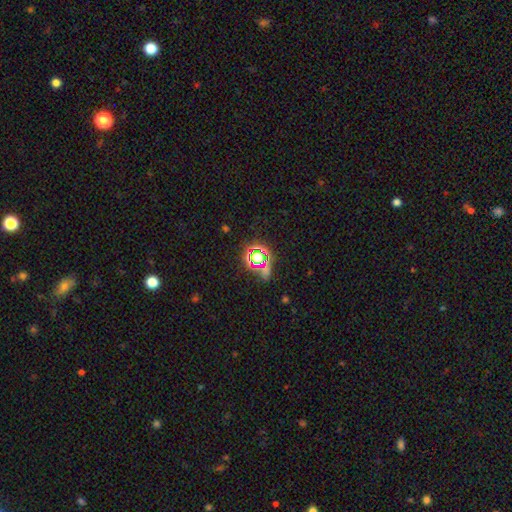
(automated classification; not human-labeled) Smooth or featured?
  - star or artifact: 63% *
  - smooth: 27%
  - featured or disk: 10%